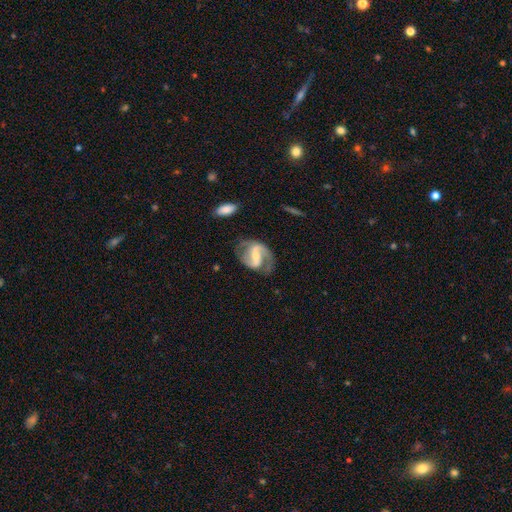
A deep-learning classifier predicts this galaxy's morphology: Smooth or featured? featured or disk (88%)
Edge-on disk? no (98%)
Bar? strong (43%)
Spiral arms? yes (96%)
Spiral winding? medium (52%)
Spiral arm count? 2 (89%)
Bulge size? small (49%)
Merging? none (70%)